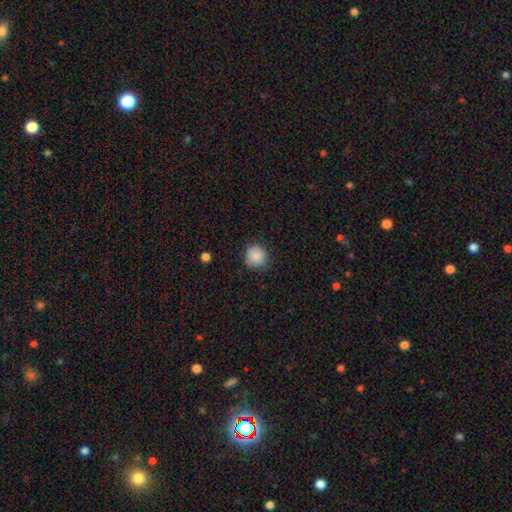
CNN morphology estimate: Smooth or featured? smooth (87%)
How rounded? round (92%)
Merging? none (83%)